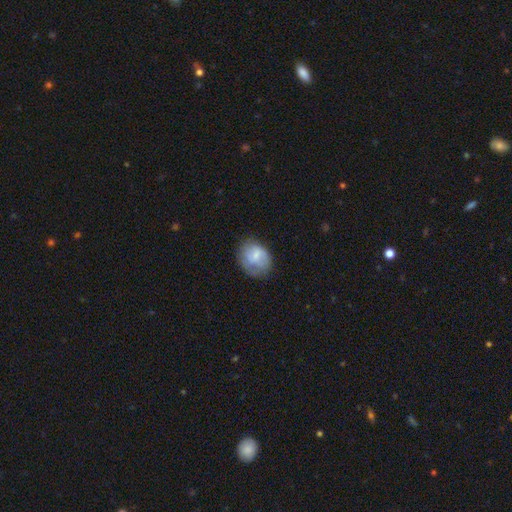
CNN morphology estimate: Overall: smooth (66%; featured or disk 27%). How rounded: round (58%; in between 41%). Merging: none (61%; minor disturbance 26%).